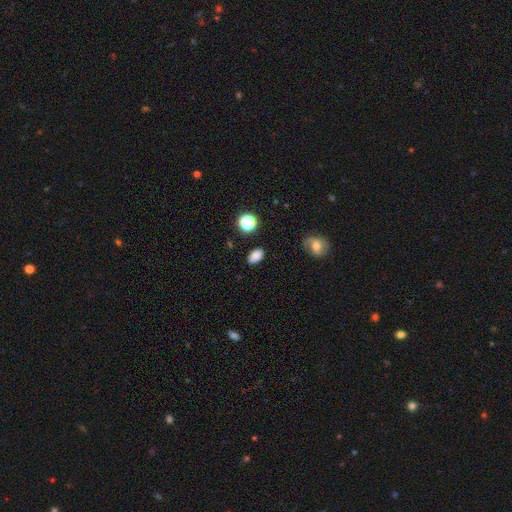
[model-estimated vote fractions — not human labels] Morphology: type=smooth (82%); roundness=in between (87%); merging=none (85%).